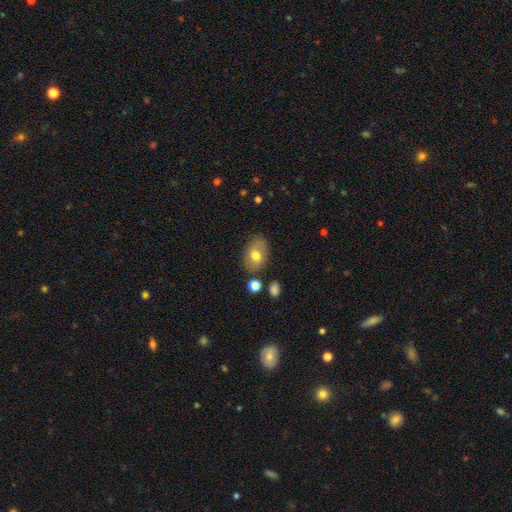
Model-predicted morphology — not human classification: Smooth or featured: smooth — 73% (featured or disk — 18%)
How rounded: in between — 78% (round — 21%)
Merging: none — 75% (minor disturbance — 16%)